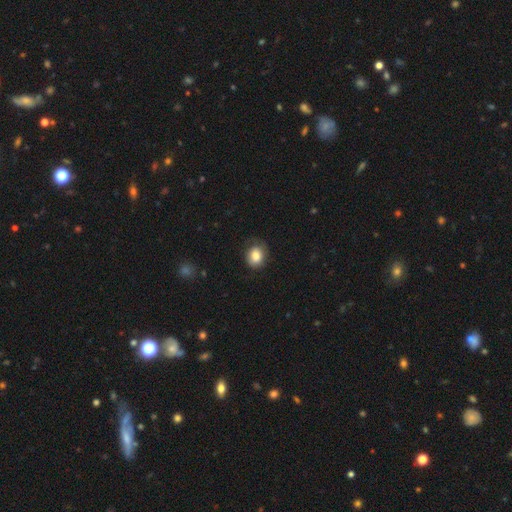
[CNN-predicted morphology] The model was most divided on "how rounded": round: 54%, in between: 45%, cigar-shaped: 1%. More confident: smooth or featured — smooth (81%); merging — none (72%).